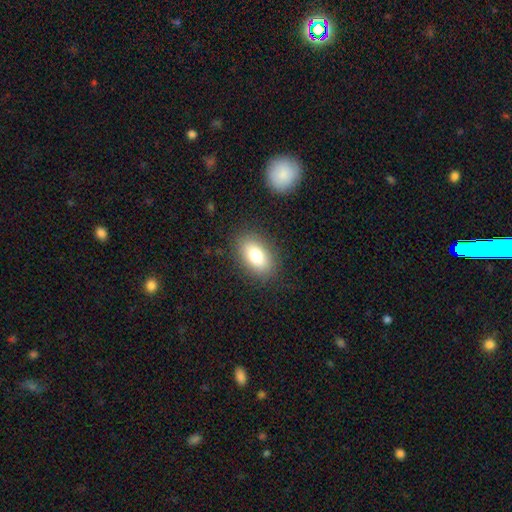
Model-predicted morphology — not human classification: Smooth or featured: smooth — 79% (featured or disk — 13%)
How rounded: in between — 90% (round — 8%)
Merging: none — 86% (minor disturbance — 10%)